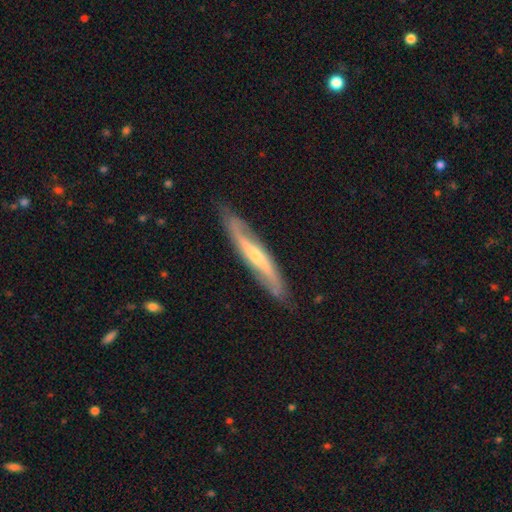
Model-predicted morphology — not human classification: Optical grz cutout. It shows a featured or disk galaxy (75%) viewed edge-on (54%). Merging: none (80%).